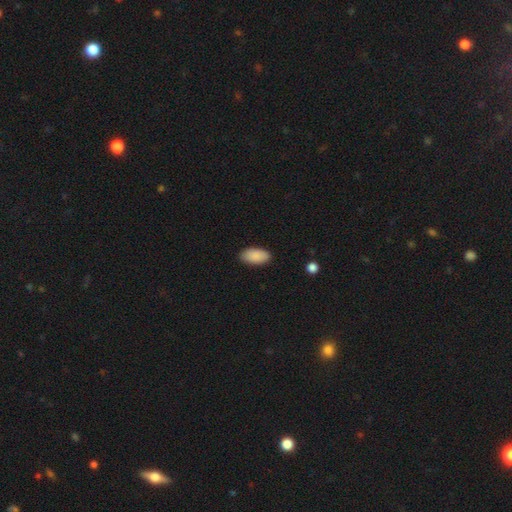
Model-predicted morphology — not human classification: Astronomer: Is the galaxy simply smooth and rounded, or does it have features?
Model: smooth — 90%.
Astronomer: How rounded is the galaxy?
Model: in between — 94%.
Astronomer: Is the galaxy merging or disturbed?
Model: none — 88%.